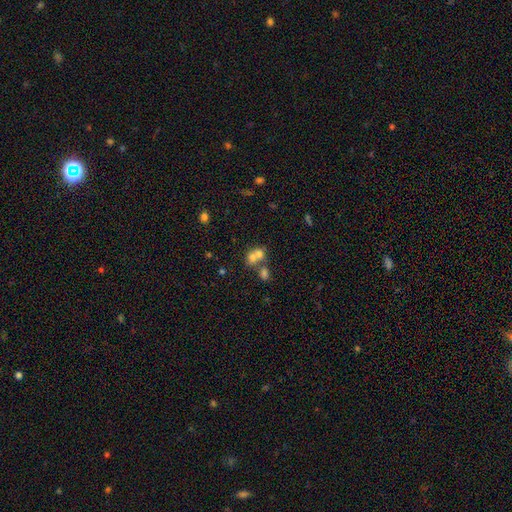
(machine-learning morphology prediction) This appears to be a smooth galaxy with no disk features (63%) that is round (61%). Merging: merger (63%).